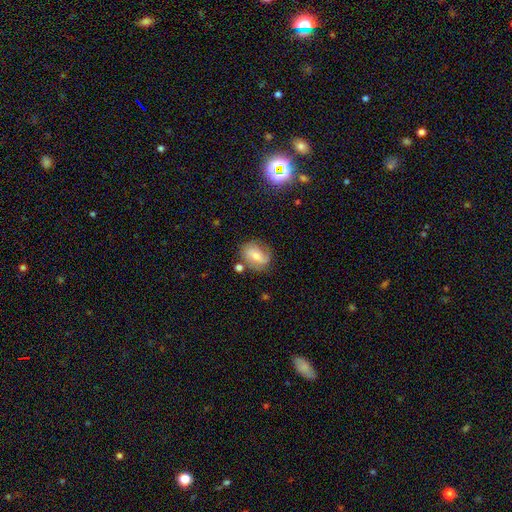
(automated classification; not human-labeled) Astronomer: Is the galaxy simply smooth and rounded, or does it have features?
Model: smooth — 46% (runner-up: featured or disk, 44%).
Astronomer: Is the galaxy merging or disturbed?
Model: none — 62%.